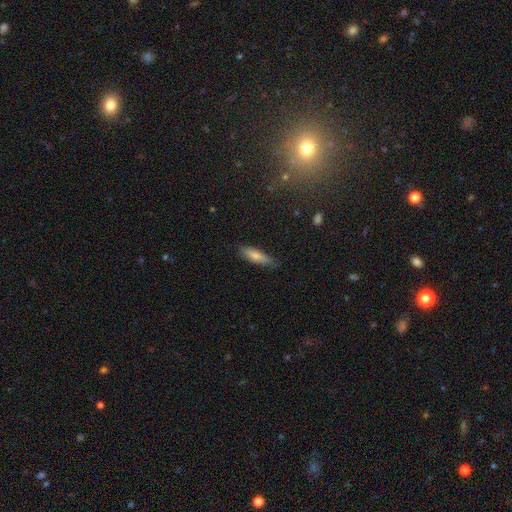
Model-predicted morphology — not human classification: The model was most divided on "how rounded": cigar-shaped: 56%, in between: 42%, round: 2%. More confident: smooth or featured — smooth (77%); merging — none (74%).